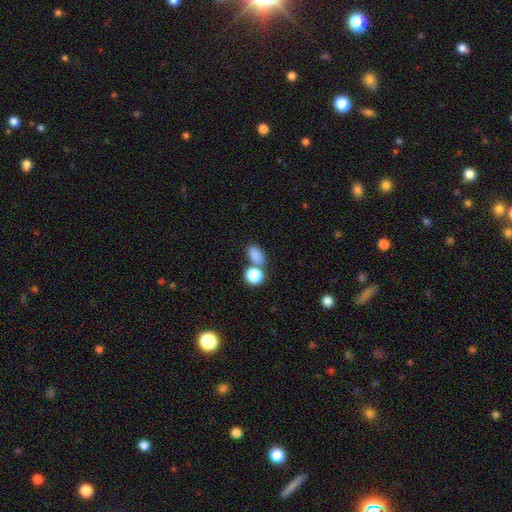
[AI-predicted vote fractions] Overall: smooth (84%). How rounded: in between (77%). Merging: none (54%; merger 32%).